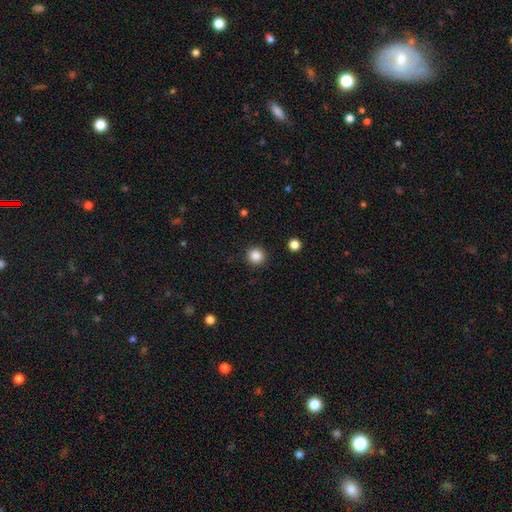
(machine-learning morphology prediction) This is clearly a smooth galaxy (86%). How rounded: clearly round (95%). Merging: clearly none (92%).